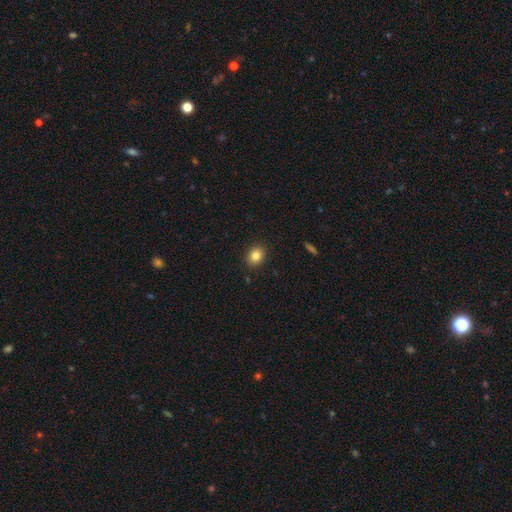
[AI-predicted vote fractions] smooth-or-featured: smooth: 84% | star or artifact: 10% | featured or disk: 6%
  how-rounded: round: 52% | in between: 47% | cigar-shaped: 1%
  merging: none: 90% | minor disturbance: 7% | major disturbance: 2% | merger: 1%